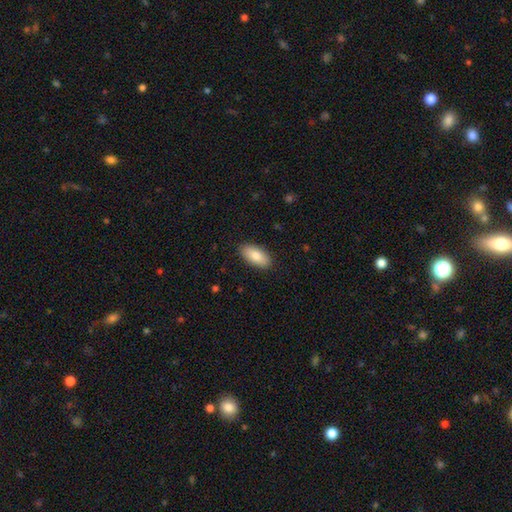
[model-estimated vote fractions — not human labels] This appears to be a smooth galaxy with no disk features (84%) that is in between round and cigar-shaped (90%). Merging: none (89%).